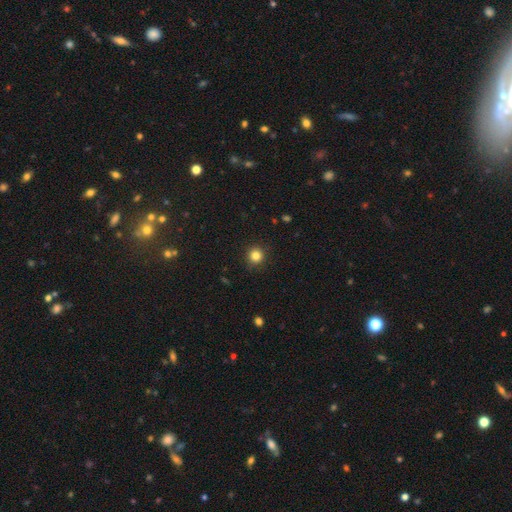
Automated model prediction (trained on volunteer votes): Overall: smooth (83%). How rounded: round (93%). Merging: none (90%).